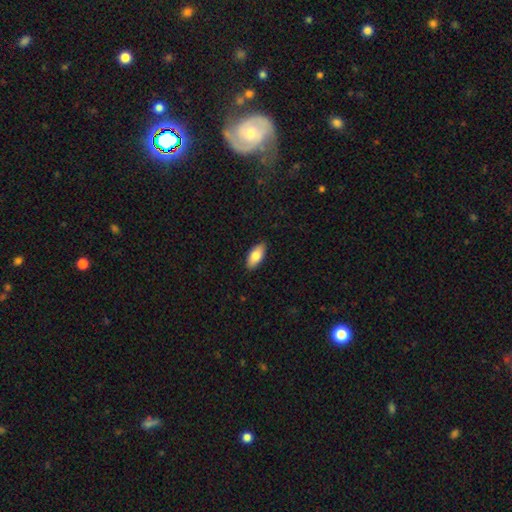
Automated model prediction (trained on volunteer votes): Smooth or featured? smooth (82%)
How rounded? in between (88%)
Merging? none (89%)